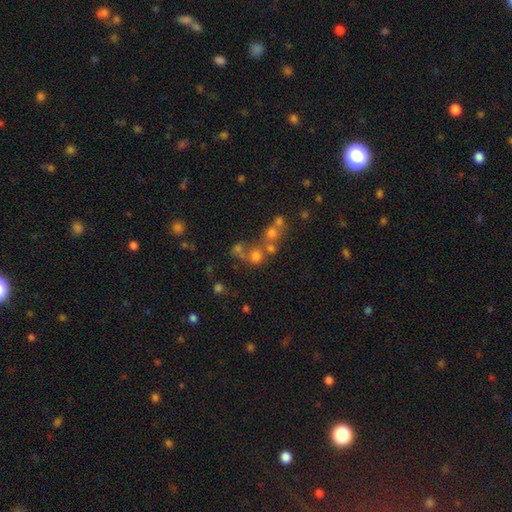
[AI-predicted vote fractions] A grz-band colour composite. It shows a smooth galaxy with no disk features (58%) that is round (80%). Merging: none (43%).